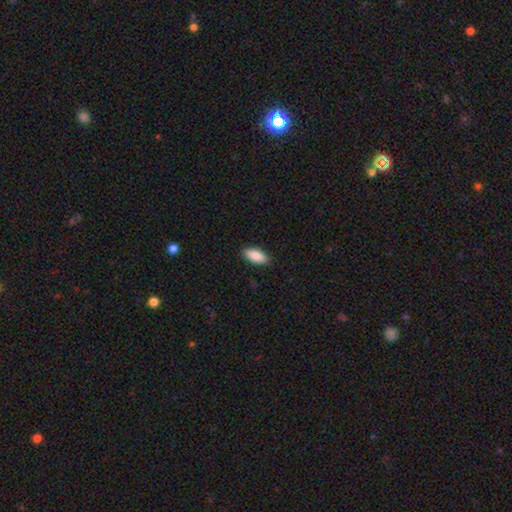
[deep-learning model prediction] This is clearly a smooth galaxy (89%). How rounded: clearly in between (89%). Merging: clearly none (89%).